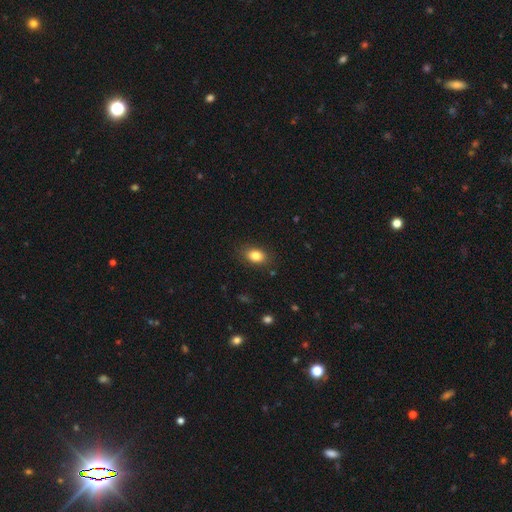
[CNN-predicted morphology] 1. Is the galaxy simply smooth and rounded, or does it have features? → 84% smooth, 9% star or artifact, 7% featured or disk.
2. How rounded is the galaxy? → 79% in between, 19% round, 2% cigar-shaped.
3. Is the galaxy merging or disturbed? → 85% none, 11% minor disturbance, 3% major disturbance, 1% merger.